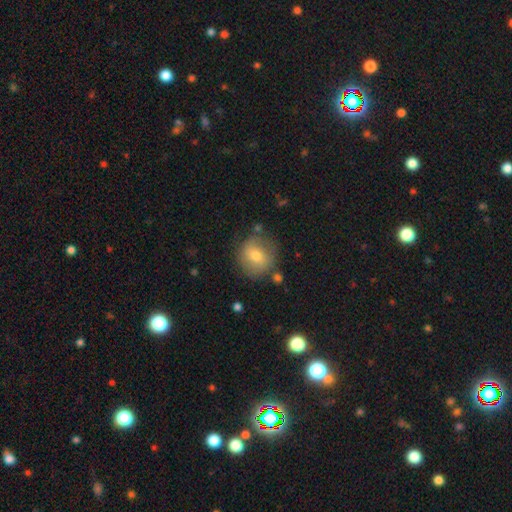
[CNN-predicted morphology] smooth 67%, featured or disk 24%, star or artifact 9%. Down the decision tree: how rounded — round (83%); merging — none (74%).